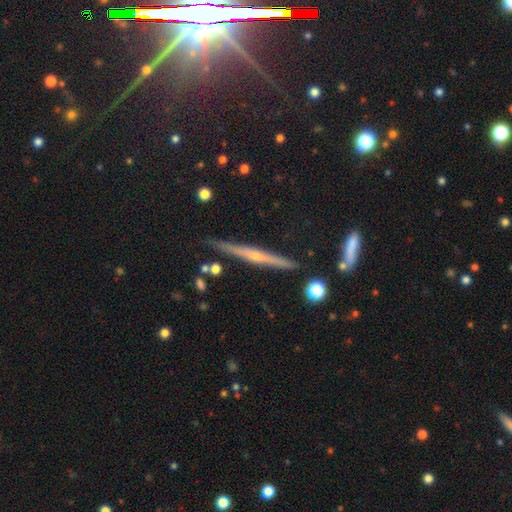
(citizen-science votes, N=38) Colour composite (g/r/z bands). It shows a featured or disk galaxy (79%) viewed edge-on (100%) with a rounded central bulge (73%). Merging: none (94%).